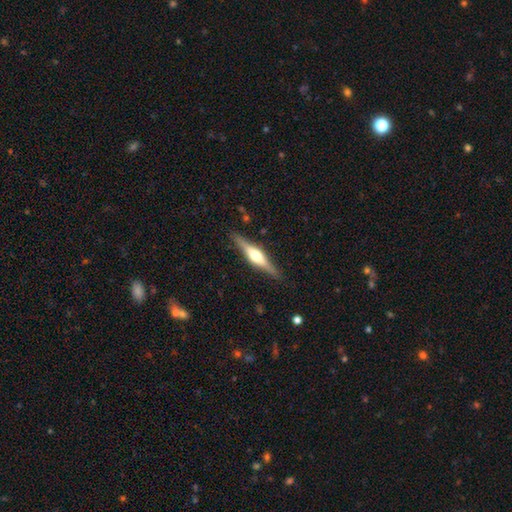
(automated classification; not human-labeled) Morphology: type=featured or disk (73%); edge-on=yes (97%); edge-on bulge=rounded (91%); merging=none (88%).